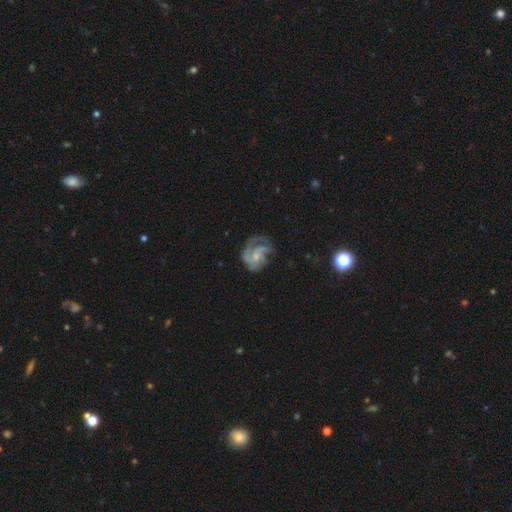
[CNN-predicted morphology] smooth_or_featured: featured or disk (p=0.85) [alt: smooth p=0.09]
disk_edge_on: no (p=0.98) [alt: yes p=0.02]
bar: no (p=0.65) [alt: weak p=0.30]
has_spiral_arms: yes (p=0.96) [alt: no p=0.04]
spiral_winding: medium (p=0.45) [alt: tight p=0.39]
spiral_arm_count: 3 (p=0.41) [alt: 2 p=0.22]
bulge_size: small (p=0.63) [alt: moderate p=0.28]
merging: none (p=0.53) [alt: major disturbance p=0.23]